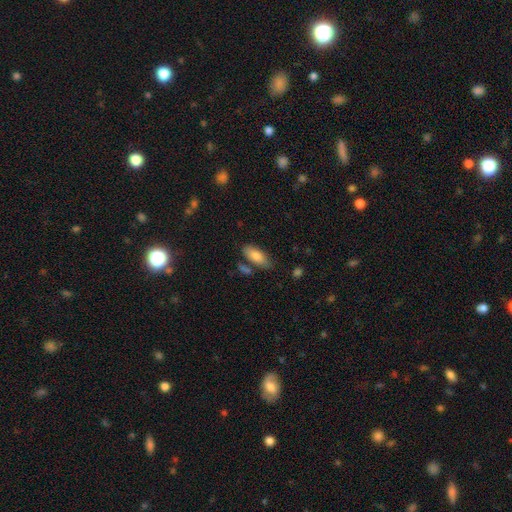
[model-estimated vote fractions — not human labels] This is clearly a smooth galaxy (82%). How rounded: clearly in between (83%). Merging: likely none (70%).